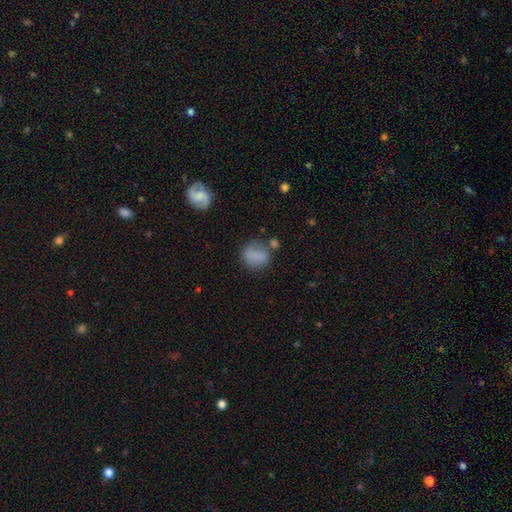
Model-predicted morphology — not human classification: This is likely a smooth galaxy (77%). How rounded: likely round (63%). Merging: likely none (62%).